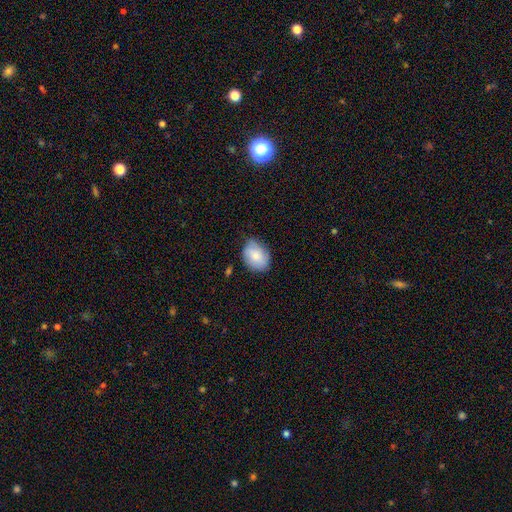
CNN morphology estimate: Overall: smooth (76%). How rounded: in between (73%). Merging: none (67%).